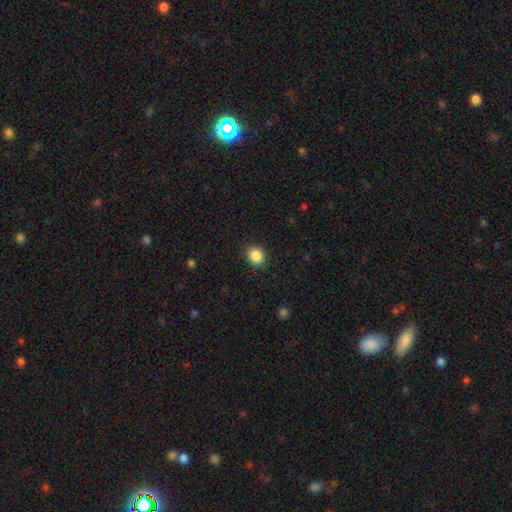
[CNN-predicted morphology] A smooth galaxy with no disk features (87%) that is round (70%). Merging: none (89%).